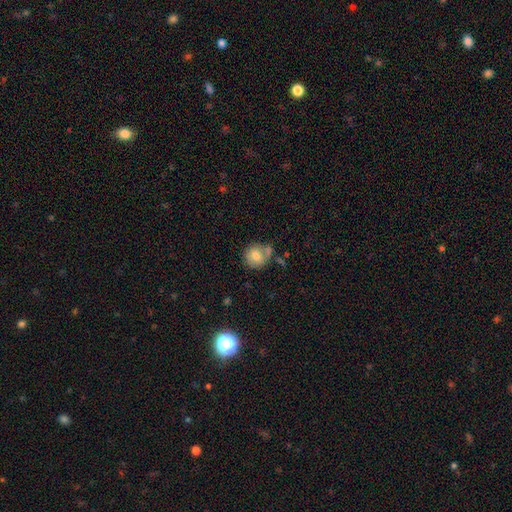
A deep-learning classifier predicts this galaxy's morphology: Overall: smooth (75%). How rounded: round (84%). Merging: none (56%; merger 20%).